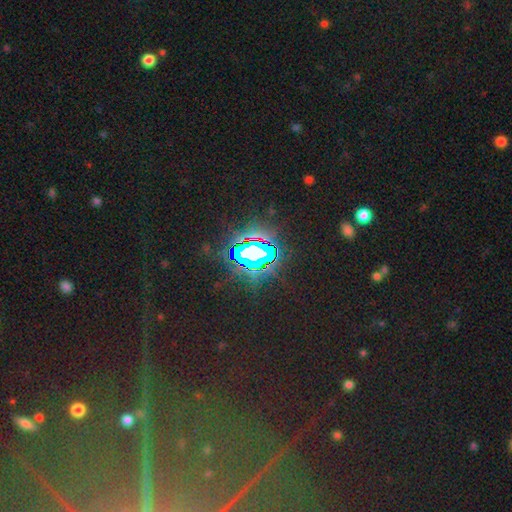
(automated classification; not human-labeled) Smooth or featured? Predicted: star or artifact (p=0.77).